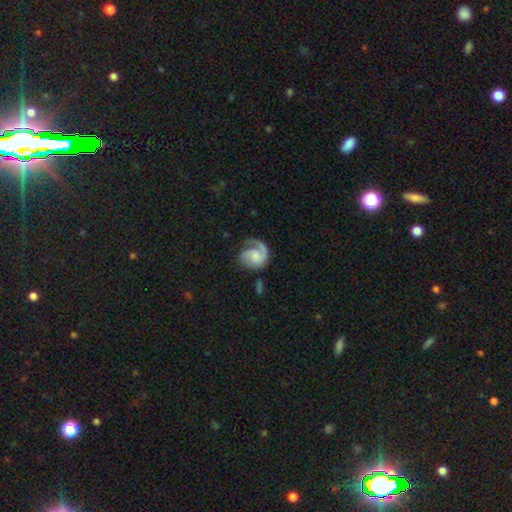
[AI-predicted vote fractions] Smooth or featured? Predicted: featured or disk (p=0.73). Edge-on disk? Predicted: no (p=0.98). Bar? Predicted: no (p=0.67). Spiral arms? Predicted: yes (p=0.93). Spiral winding? Predicted: medium (p=0.39). Spiral arm count? Predicted: 1 (p=0.70). Bulge size? Predicted: small (p=0.38). Merging? Predicted: none (p=0.52).